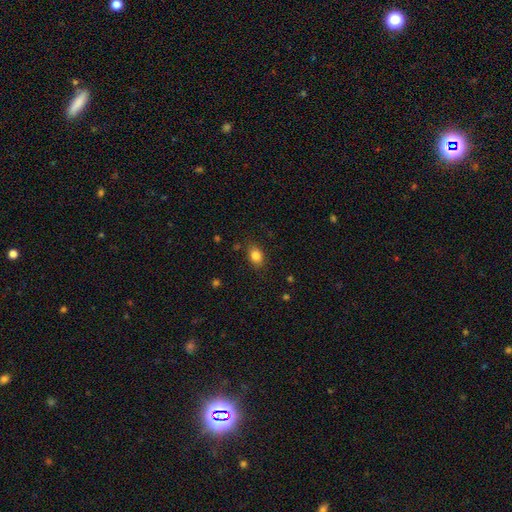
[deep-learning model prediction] Overall: smooth (84%). How rounded: in between (72%). Merging: none (81%).